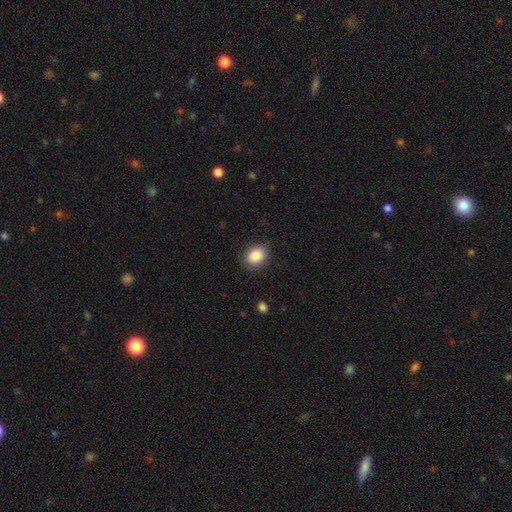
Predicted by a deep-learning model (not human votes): Morphology: type=smooth (88%); roundness=in between (56%); merging=none (86%).